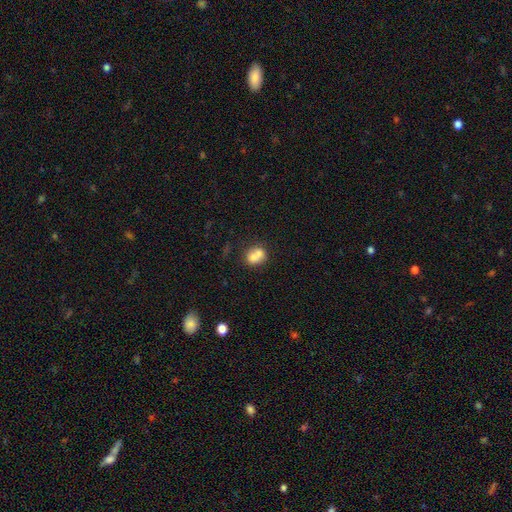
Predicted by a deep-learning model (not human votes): The model was most divided on "how rounded": round: 61%, in between: 38%, cigar-shaped: 1%. More confident: smooth or featured — smooth (71%); merging — merger (57%).